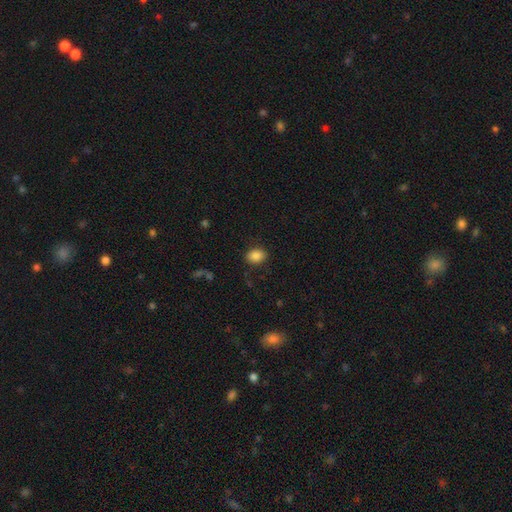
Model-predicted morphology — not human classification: A smooth galaxy with no disk features (86%) that is in between round and cigar-shaped (67%).

Vote fractions:
- Smooth or featured? smooth: 86% / star or artifact: 9% / featured or disk: 5%
- How rounded? in between: 67% / round: 32% / cigar-shaped: 1%
- Merging? none: 86% / minor disturbance: 10% / major disturbance: 3% / merger: 1%